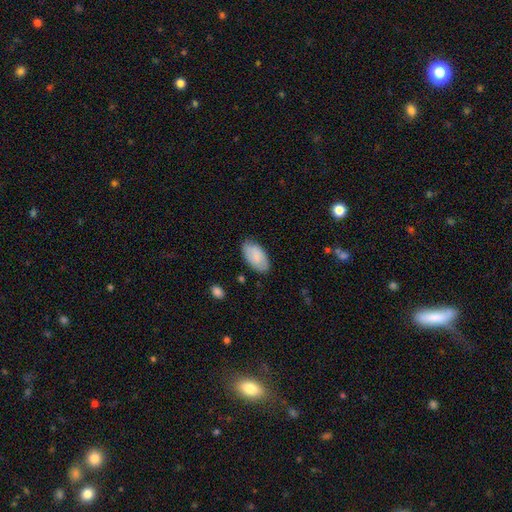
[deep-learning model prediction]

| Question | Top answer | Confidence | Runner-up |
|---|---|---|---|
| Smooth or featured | smooth | 83% | featured or disk (12%) |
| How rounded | in between | 96% | round (3%) |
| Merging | none | 81% | minor disturbance (15%) |